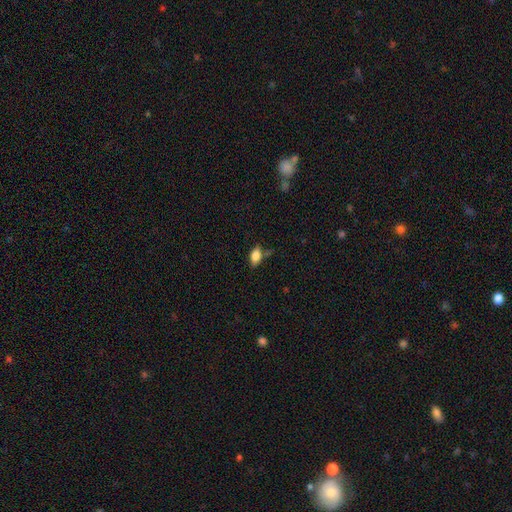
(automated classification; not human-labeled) This appears to be a smooth galaxy with no disk features (80%) that is in between round and cigar-shaped (89%). Merging: none (68%).